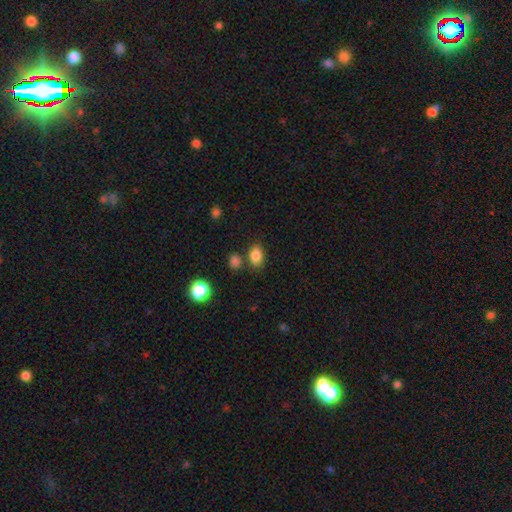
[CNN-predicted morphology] Smooth or featured: smooth — 84% (star or artifact — 11%)
How rounded: in between — 78% (round — 21%)
Merging: none — 74% (minor disturbance — 12%)